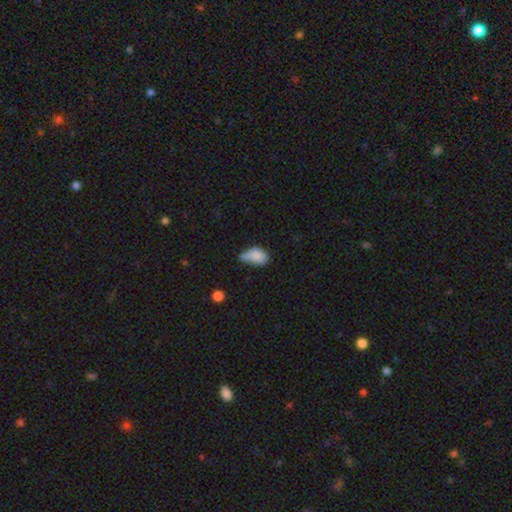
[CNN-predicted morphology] A smooth galaxy with no disk features (80%) that is in between round and cigar-shaped (83%).

Vote fractions:
- Smooth or featured? smooth: 80% / featured or disk: 10% / star or artifact: 10%
- How rounded? in between: 83% / round: 15% / cigar-shaped: 2%
- Merging? minor disturbance: 41% / none: 27% / major disturbance: 17% / merger: 15%